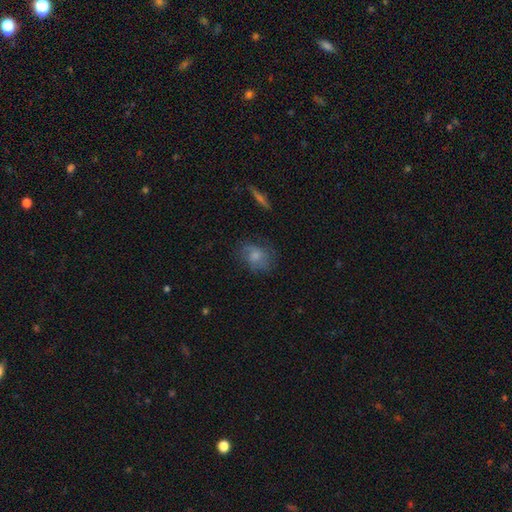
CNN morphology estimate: Smooth or featured?
  - smooth: 61% *
  - featured or disk: 29%
  - star or artifact: 10%
How rounded?
  - in between: 55% *
  - round: 43%
  - cigar-shaped: 2%
Merging?
  - none: 60% *
  - minor disturbance: 24%
  - major disturbance: 13%
  - merger: 2%